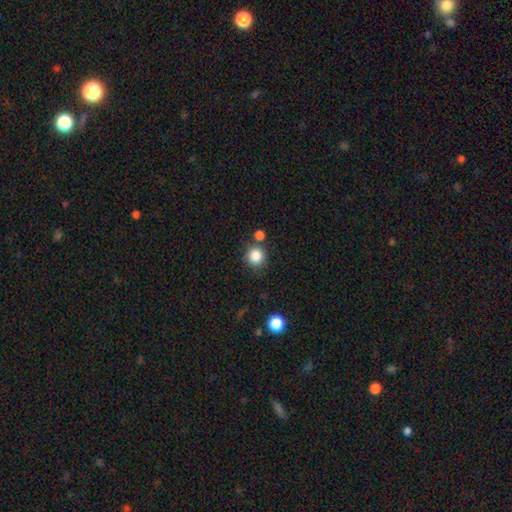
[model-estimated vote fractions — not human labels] Overall: smooth (85%). How rounded: round (91%). Merging: none (76%).